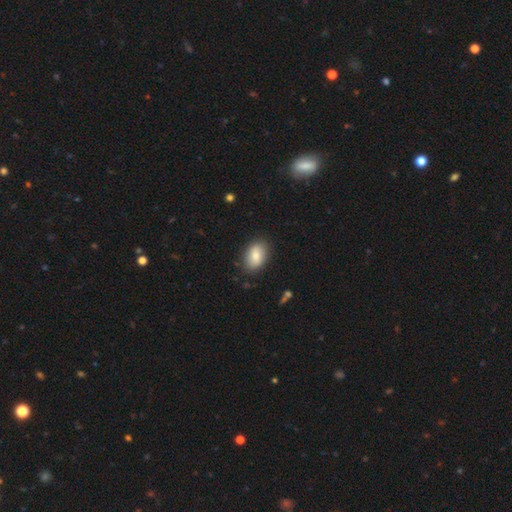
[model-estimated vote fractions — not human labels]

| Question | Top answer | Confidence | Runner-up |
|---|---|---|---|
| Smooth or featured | smooth | 83% | featured or disk (11%) |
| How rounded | in between | 87% | round (11%) |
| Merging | none | 85% | minor disturbance (11%) |